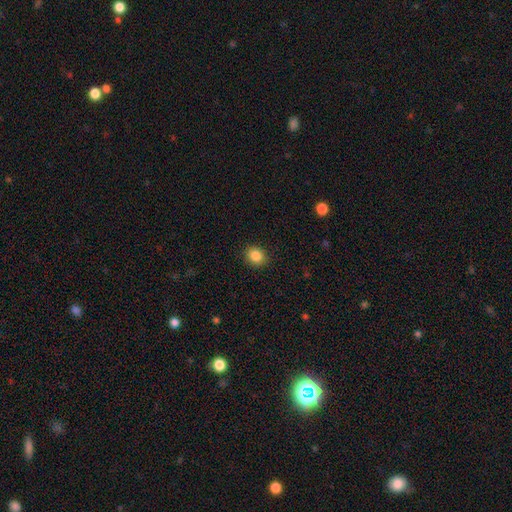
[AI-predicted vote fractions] Q: Smooth or featured?
A: smooth (86%); runner-up: star or artifact (10%)
Q: How rounded?
A: round (67%); runner-up: in between (32%)
Q: Merging?
A: none (90%); runner-up: minor disturbance (7%)